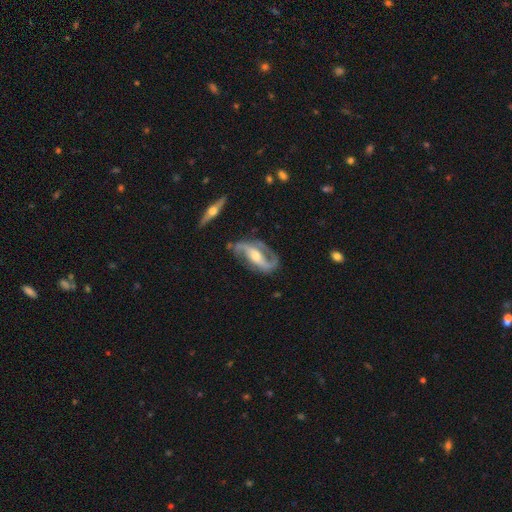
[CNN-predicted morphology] Smooth or featured?
  - featured or disk: 88% *
  - smooth: 7%
  - star or artifact: 4%
Edge-on disk?
  - no: 93% *
  - yes: 7%
Bar?
  - strong: 49% *
  - weak: 29%
  - no: 23%
Spiral arms?
  - yes: 95% *
  - no: 5%
Spiral winding?
  - medium: 43% *
  - loose: 38%
  - tight: 18%
Spiral arm count?
  - 2: 89% *
  - 1: 4%
  - can't tell: 3%
  - 3: 1%
  - 4: 1%
  - more than 4: 1%
Bulge size?
  - moderate: 60% *
  - small: 33%
  - large: 5%
  - none: 2%
  - dominant: 1%
Merging?
  - none: 68% *
  - minor disturbance: 18%
  - major disturbance: 10%
  - merger: 3%